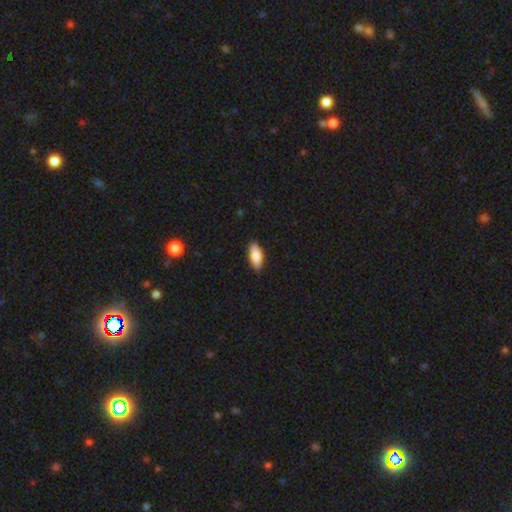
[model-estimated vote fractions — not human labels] smooth-or-featured: smooth: 86% | featured or disk: 8% | star or artifact: 6%
  how-rounded: in between: 83% | cigar-shaped: 15% | round: 2%
  merging: none: 87% | minor disturbance: 10% | major disturbance: 2% | merger: 1%